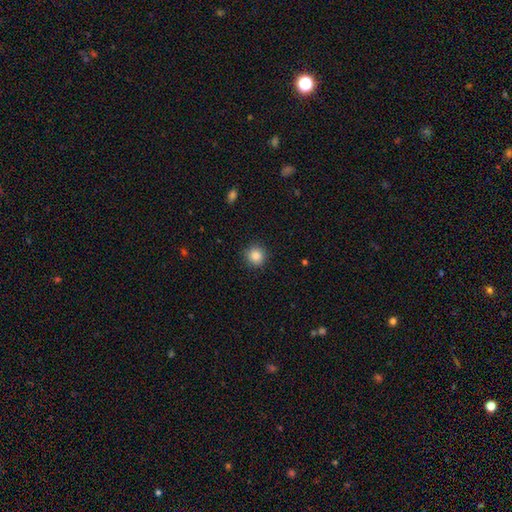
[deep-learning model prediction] Smooth or featured: smooth — 86% (star or artifact — 10%)
How rounded: round — 93% (in between — 6%)
Merging: none — 90% (minor disturbance — 7%)